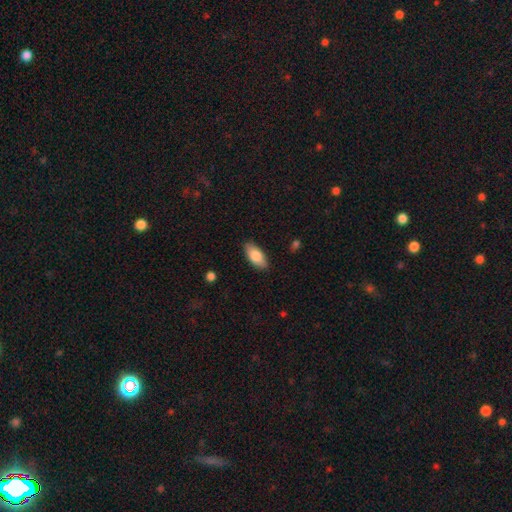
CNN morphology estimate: Smooth or featured?
  - smooth: 82% *
  - featured or disk: 12%
  - star or artifact: 6%
How rounded?
  - in between: 90% *
  - cigar-shaped: 7%
  - round: 2%
Merging?
  - none: 87% *
  - minor disturbance: 10%
  - major disturbance: 2%
  - merger: 1%